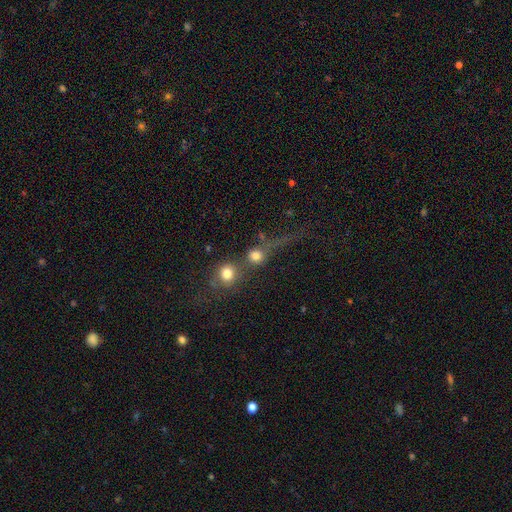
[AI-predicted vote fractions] Smooth or featured?
  - smooth: 73% *
  - star or artifact: 15%
  - featured or disk: 12%
How rounded?
  - round: 85% *
  - in between: 12%
  - cigar-shaped: 3%
Merging?
  - merger: 44% *
  - none: 38%
  - major disturbance: 10%
  - minor disturbance: 8%